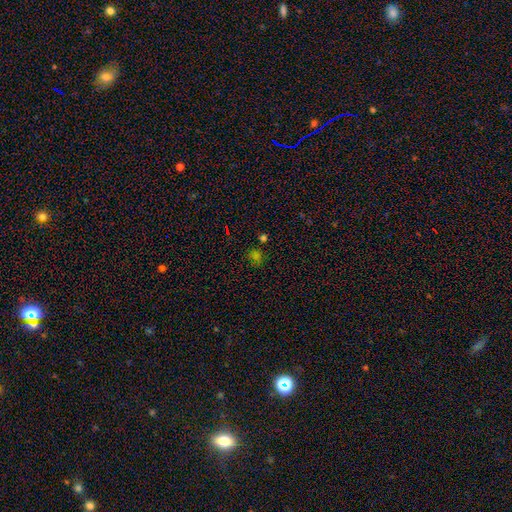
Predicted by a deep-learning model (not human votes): This is possibly a smooth galaxy (53%). How rounded: likely round (78%). Merging: likely none (76%).